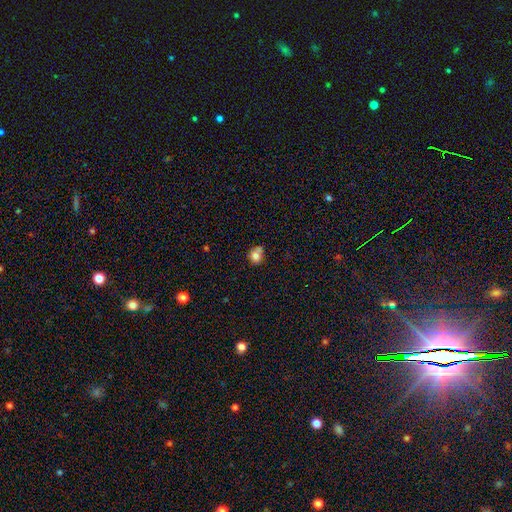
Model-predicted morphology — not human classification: Smooth or featured?
  - smooth: 77% *
  - featured or disk: 12%
  - star or artifact: 11%
How rounded?
  - round: 69% *
  - in between: 30%
  - cigar-shaped: 1%
Merging?
  - none: 46% *
  - merger: 24%
  - minor disturbance: 23%
  - major disturbance: 7%